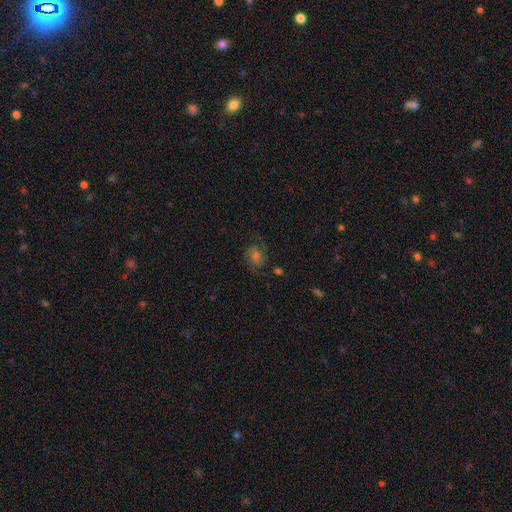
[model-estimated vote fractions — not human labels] This appears to be a featured or disk galaxy (63%) with no bar (50%), 2 (85%) medium (52%) spiral arms (94%) and a moderate central bulge (43%). Merging: none (75%).